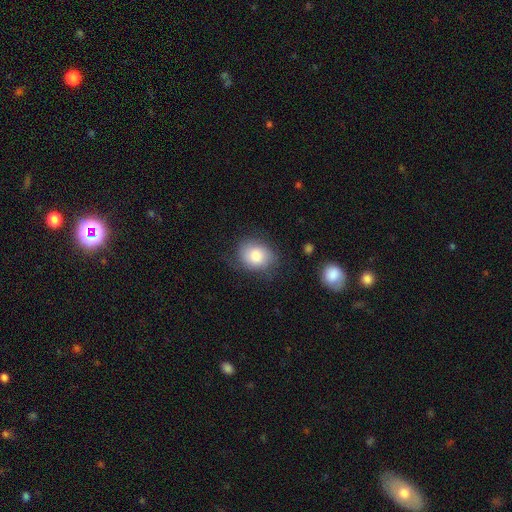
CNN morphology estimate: A smooth galaxy with no disk features (79%) that is in between round and cigar-shaped (52%).

Vote fractions:
- Smooth or featured? smooth: 79% / featured or disk: 13% / star or artifact: 8%
- How rounded? in between: 52% / round: 47% / cigar-shaped: 1%
- Merging? none: 67% / minor disturbance: 23% / major disturbance: 8% / merger: 2%